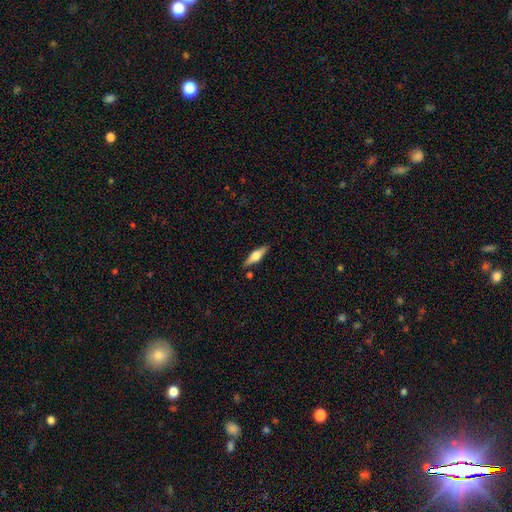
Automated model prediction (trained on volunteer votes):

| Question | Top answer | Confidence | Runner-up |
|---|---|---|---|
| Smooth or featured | featured or disk | 55% | smooth (39%) |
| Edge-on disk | yes | 95% | no (5%) |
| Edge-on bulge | rounded | 92% | boxy (6%) |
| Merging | none | 85% | minor disturbance (10%) |